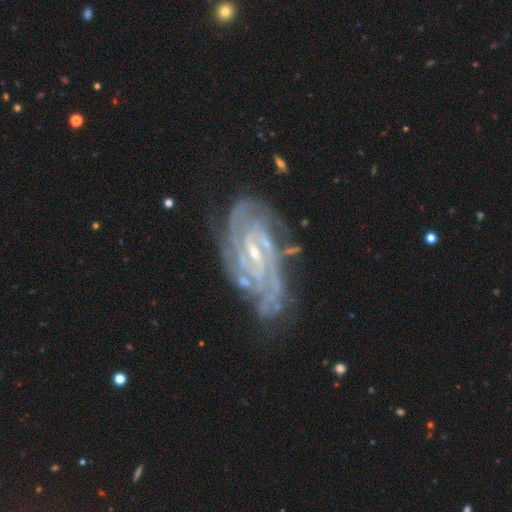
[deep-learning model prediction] Morphology: type=featured or disk (90%); edge-on=no (95%); bar=weak (46%); spiral arms=yes (98%); winding=tight (72%); arm count=2 (23%); bulge=small (74%); merging=none (71%).